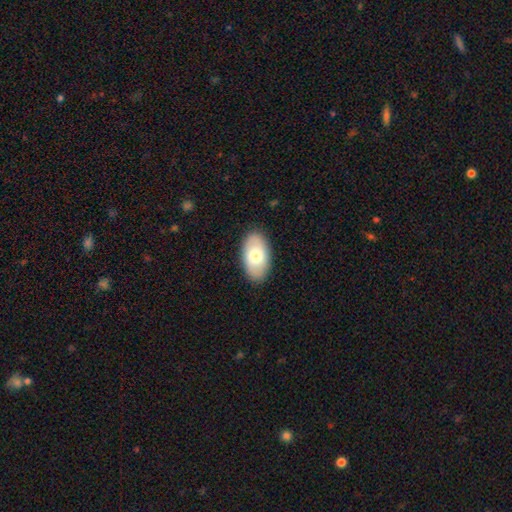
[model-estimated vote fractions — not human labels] smooth-or-featured: smooth: 72% | featured or disk: 22% | star or artifact: 6%
  how-rounded: in between: 94% | round: 4% | cigar-shaped: 2%
  merging: none: 89% | minor disturbance: 8% | major disturbance: 2% | merger: 1%